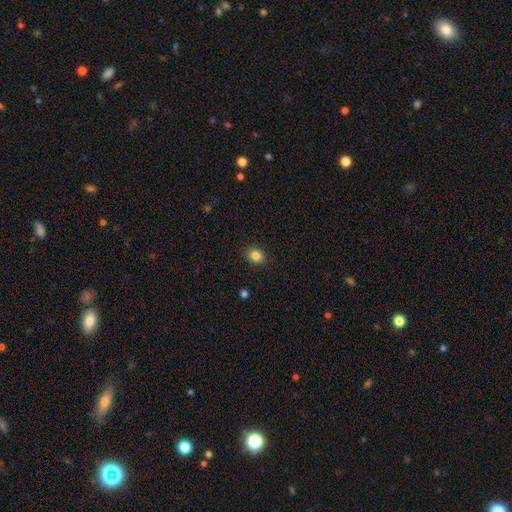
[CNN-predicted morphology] type=smooth (84%); roundness=round (67%); merging=none (90%).